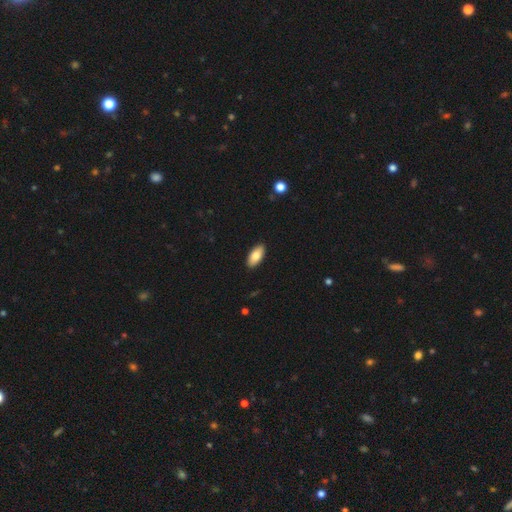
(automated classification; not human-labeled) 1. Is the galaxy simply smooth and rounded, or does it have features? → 81% smooth, 13% featured or disk, 6% star or artifact.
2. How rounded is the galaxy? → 91% in between, 7% cigar-shaped, 2% round.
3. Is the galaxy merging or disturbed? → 90% none, 7% minor disturbance, 2% major disturbance, 1% merger.